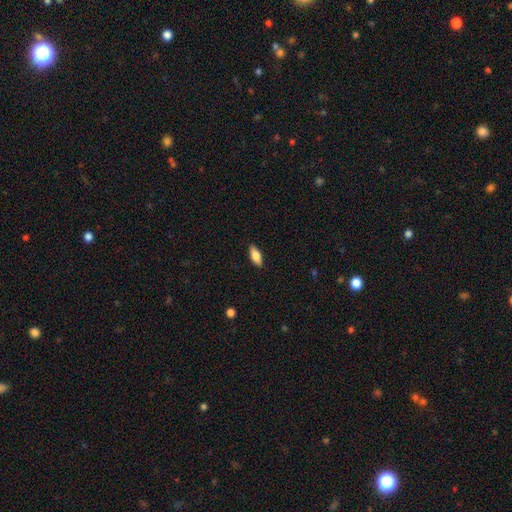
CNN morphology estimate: smooth_or_featured: smooth (p=0.80) [alt: featured or disk p=0.14]
how_rounded: in between (p=0.80) [alt: cigar-shaped p=0.18]
merging: none (p=0.89) [alt: minor disturbance p=0.08]